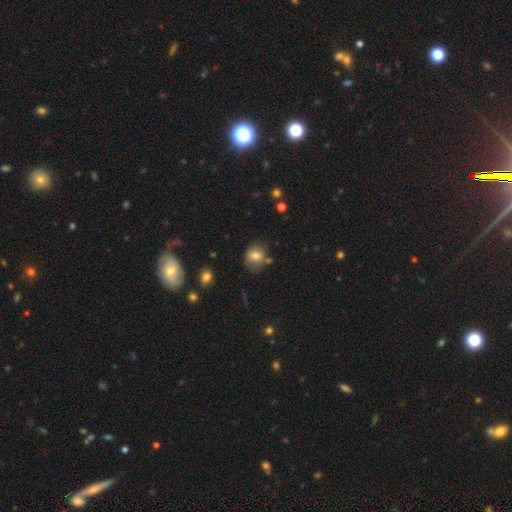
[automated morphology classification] A smooth galaxy with no disk features (75%) that is round (71%). Merging: none (69%).